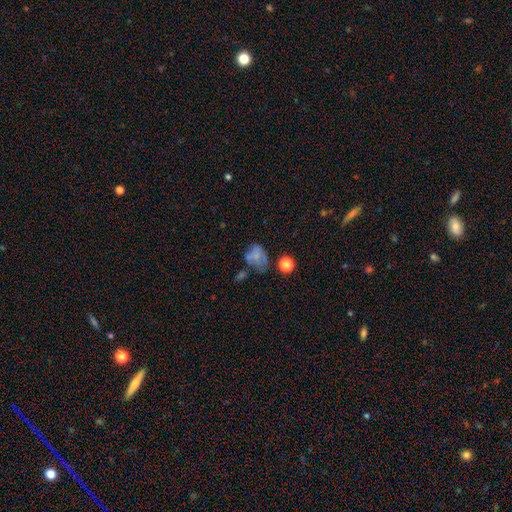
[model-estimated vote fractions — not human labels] smooth-or-featured: smooth: 57% | featured or disk: 27% | star or artifact: 16%
  how-rounded: in between: 65% | round: 34% | cigar-shaped: 1%
  merging: none: 33% | major disturbance: 28% | minor disturbance: 25% | merger: 14%